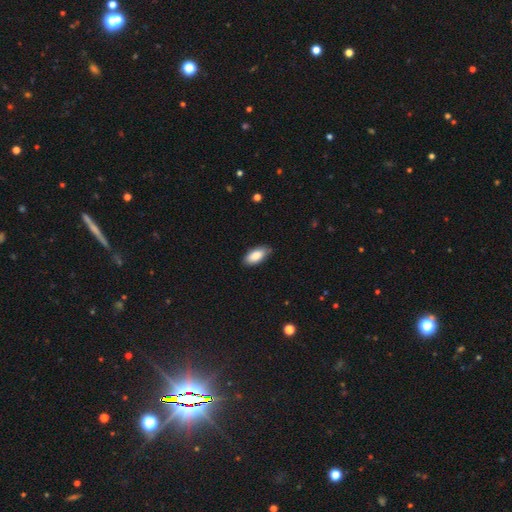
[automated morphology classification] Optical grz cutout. It shows a smooth galaxy with no disk features (86%) that is in between round and cigar-shaped (92%). Merging: none (82%).